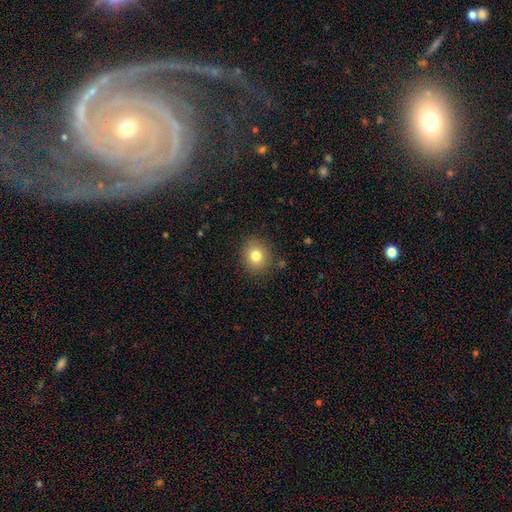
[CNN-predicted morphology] A smooth galaxy with no disk features (80%) that is round (75%). Merging: none (87%).